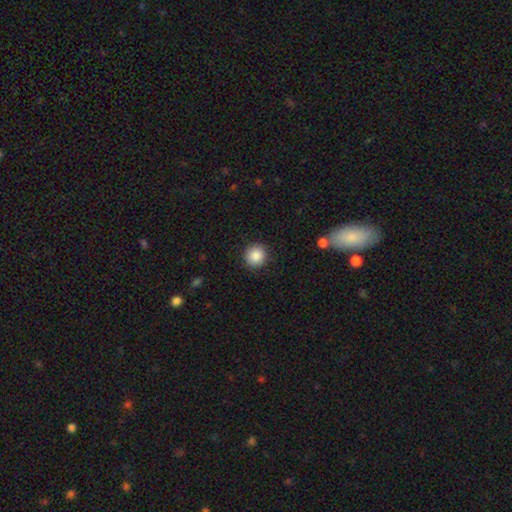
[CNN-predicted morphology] A smooth galaxy with no disk features (88%) that is round (92%).

Vote fractions:
- Smooth or featured? smooth: 88% / star or artifact: 8% / featured or disk: 4%
- How rounded? round: 92% / in between: 7% / cigar-shaped: 1%
- Merging? none: 91% / minor disturbance: 6% / major disturbance: 2% / merger: 1%